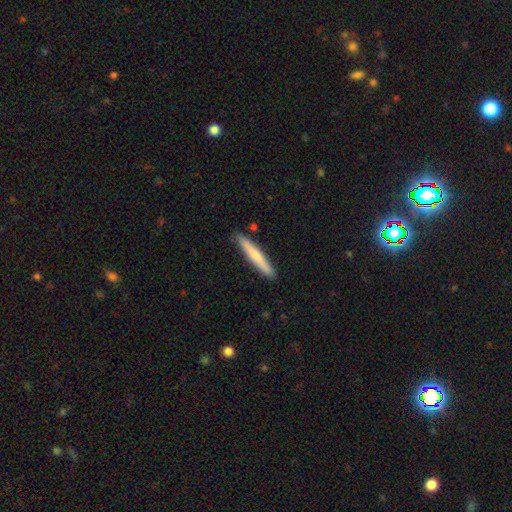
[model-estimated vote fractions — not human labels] smooth 64%, featured or disk 31%, star or artifact 5%. Down the decision tree: how rounded — cigar-shaped (95%); merging — none (89%).